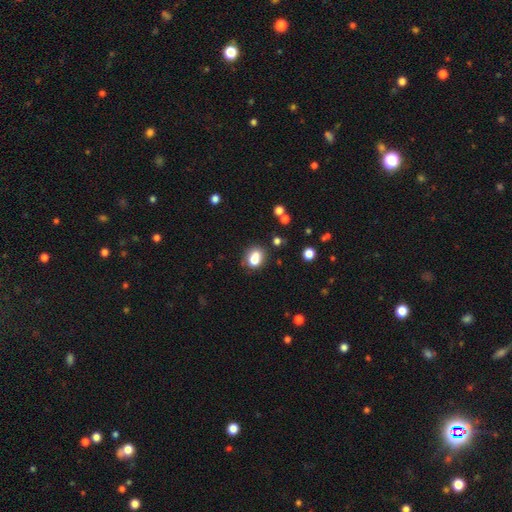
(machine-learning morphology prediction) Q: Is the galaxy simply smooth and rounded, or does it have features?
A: smooth — 78%.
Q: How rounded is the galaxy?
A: round — 51%.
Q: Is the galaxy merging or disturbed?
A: none — 60%.